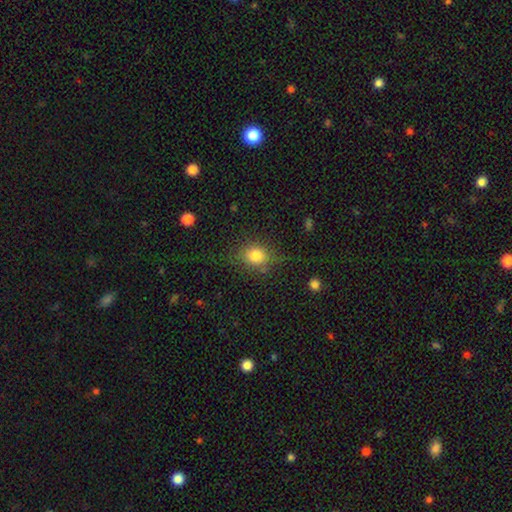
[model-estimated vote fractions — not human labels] smooth-or-featured: smooth: 80% | star or artifact: 12% | featured or disk: 8%
  how-rounded: round: 59% | in between: 39% | cigar-shaped: 1%
  merging: none: 74% | minor disturbance: 17% | major disturbance: 7% | merger: 3%